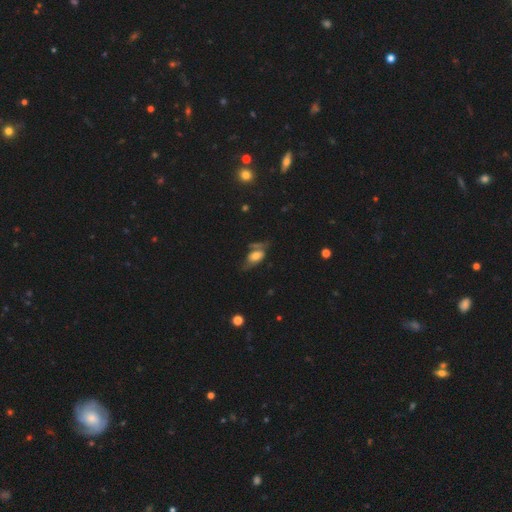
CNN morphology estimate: Smooth or featured? Predicted: smooth (p=0.49). Merging? Predicted: none (p=0.42).